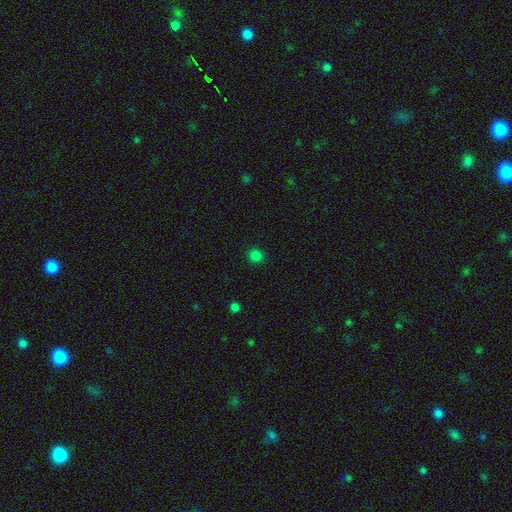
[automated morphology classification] Overall: smooth (81%). How rounded: round (90%). Merging: none (91%).